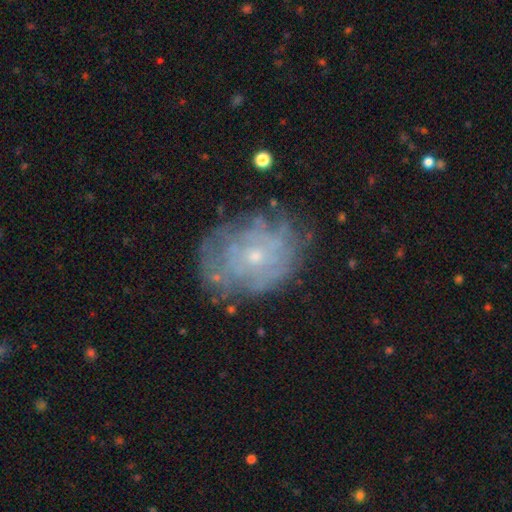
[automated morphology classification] The model was most divided on "spiral arms": yes: 60%, no: 40%. More confident: edge-on disk — no (97%); bar — no (85%); bulge size — small (75%); merging — none (68%); smooth or featured — featured or disk (66%).